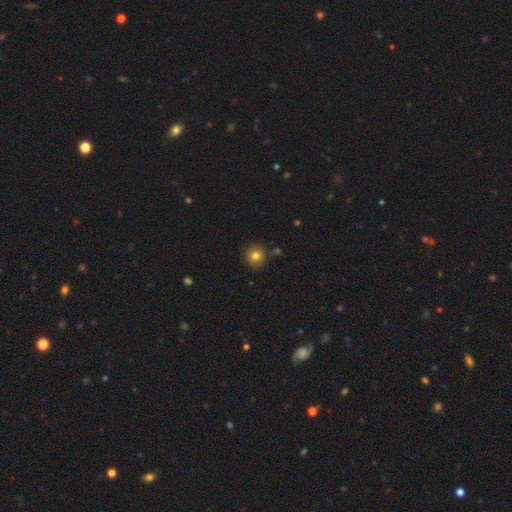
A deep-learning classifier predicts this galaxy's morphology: smooth-or-featured: smooth: 82% | star or artifact: 11% | featured or disk: 7%
  how-rounded: round: 92% | in between: 7% | cigar-shaped: 1%
  merging: none: 84% | minor disturbance: 10% | merger: 4% | major disturbance: 2%